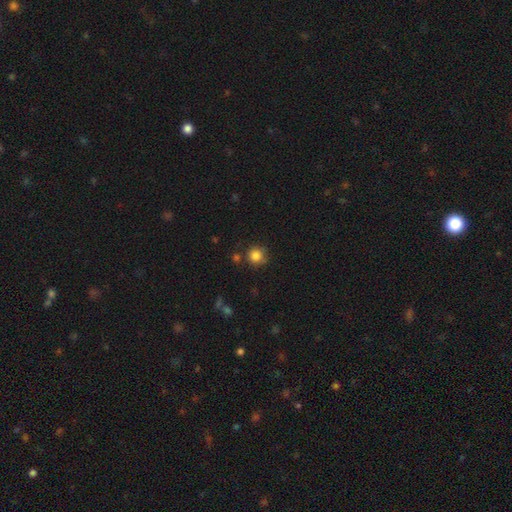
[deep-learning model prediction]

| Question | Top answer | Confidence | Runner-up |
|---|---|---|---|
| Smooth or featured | smooth | 84% | star or artifact (11%) |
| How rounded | round | 93% | in between (6%) |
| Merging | none | 79% | minor disturbance (12%) |